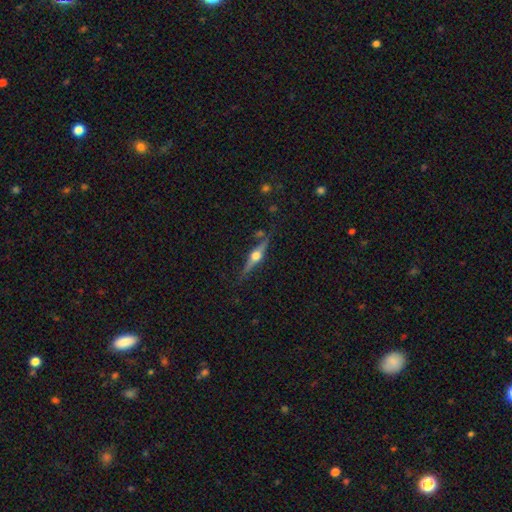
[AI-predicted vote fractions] The model was most divided on "smooth or featured": featured or disk: 76%, smooth: 18%, star or artifact: 6%. More confident: edge-on disk — yes (97%); edge-on bulge — rounded (96%); merging — none (81%).